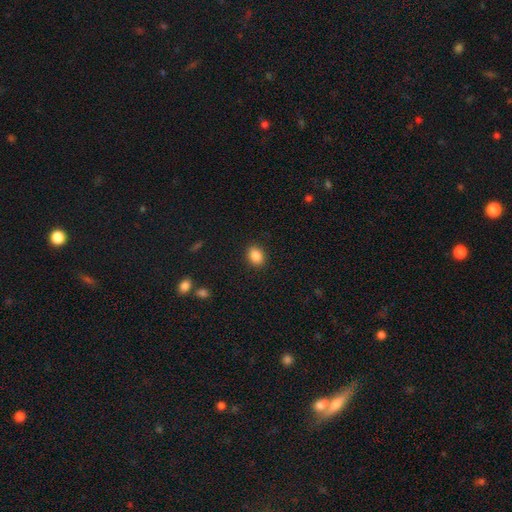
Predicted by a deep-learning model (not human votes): smooth 87%, star or artifact 9%, featured or disk 4%. Down the decision tree: how rounded — in between (62%); merging — none (89%).